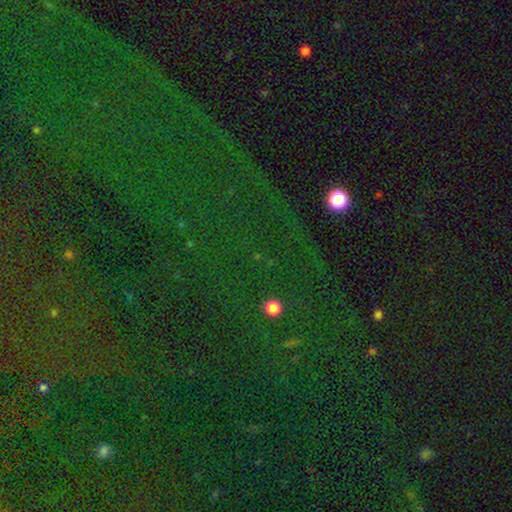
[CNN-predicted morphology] This is clearly a star or artifact rather than a galaxy (84%).